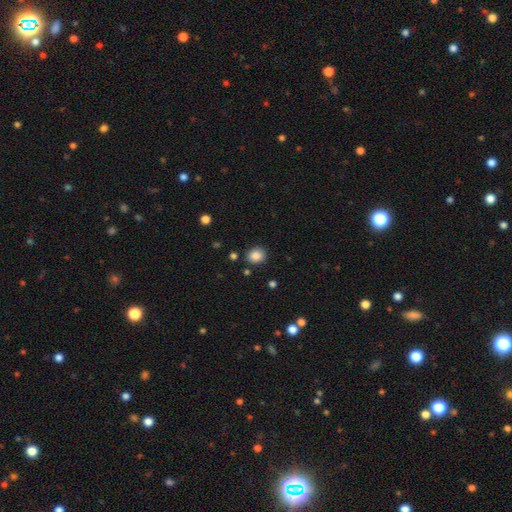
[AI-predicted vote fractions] Smooth or featured: smooth — 86% (star or artifact — 10%)
How rounded: round — 72% (in between — 27%)
Merging: none — 87% (minor disturbance — 8%)